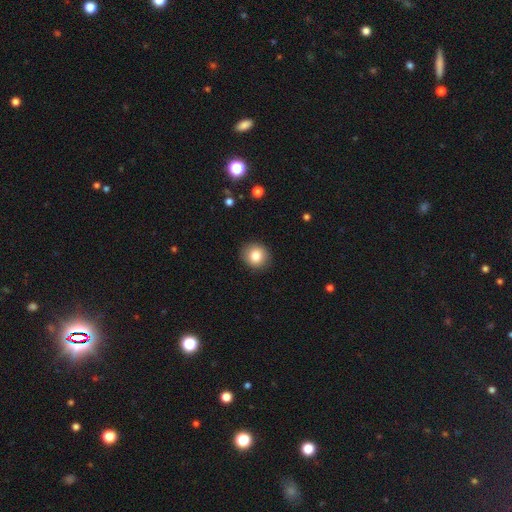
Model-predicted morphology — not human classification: The model was most divided on "how rounded": round: 86%, in between: 13%, cigar-shaped: 1%. More confident: merging — none (90%); smooth or featured — smooth (83%).